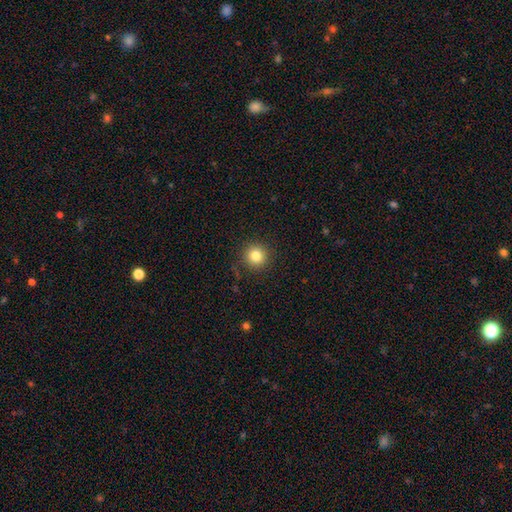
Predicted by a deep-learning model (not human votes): The model was most divided on "smooth or featured": smooth: 82%, star or artifact: 11%, featured or disk: 6%. More confident: how rounded — round (94%); merging — none (90%).